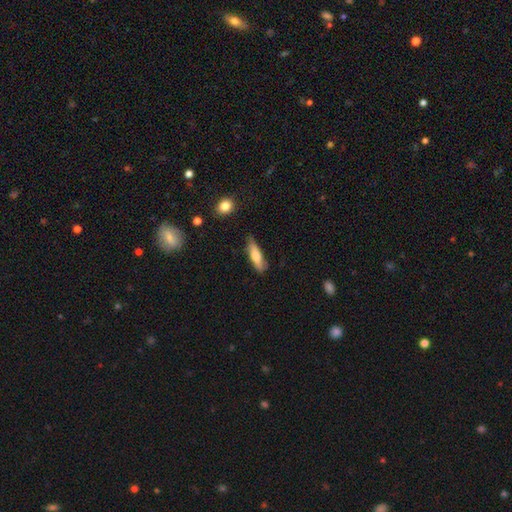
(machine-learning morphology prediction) Smooth or featured: smooth — 71% (featured or disk — 23%)
How rounded: cigar-shaped — 61% (in between — 37%)
Merging: none — 69% (minor disturbance — 24%)